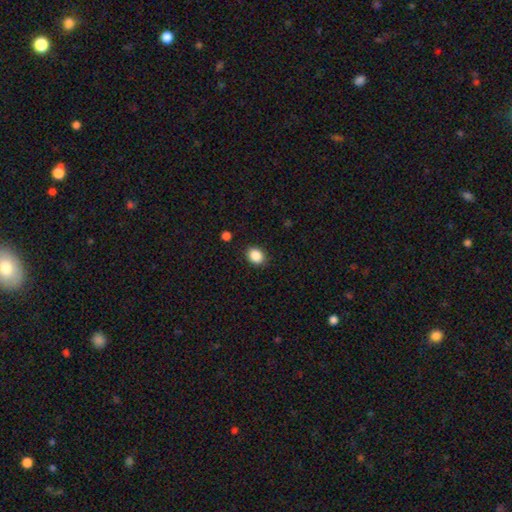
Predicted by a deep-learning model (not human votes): Smooth or featured? Predicted: smooth (p=0.87). How rounded? Predicted: round (p=0.53). Merging? Predicted: none (p=0.87).